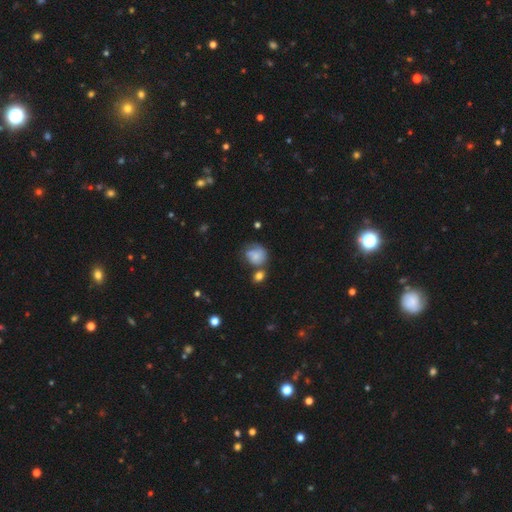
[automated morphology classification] smooth 55%, featured or disk 36%, star or artifact 10%. Down the decision tree: how rounded — round (66%); merging — none (44%).